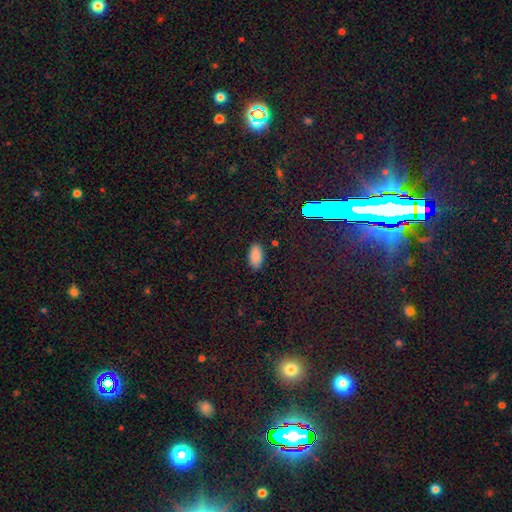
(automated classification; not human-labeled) Overall: smooth (86%). How rounded: in between (94%). Merging: none (87%).